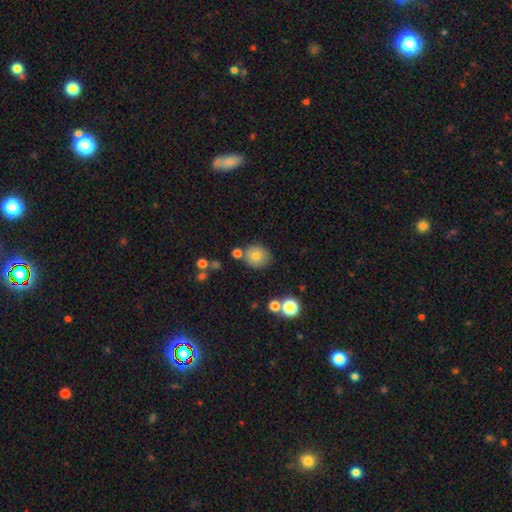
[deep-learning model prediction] Smooth or featured? Predicted: smooth (p=0.76). How rounded? Predicted: round (p=0.87). Merging? Predicted: none (p=0.76).